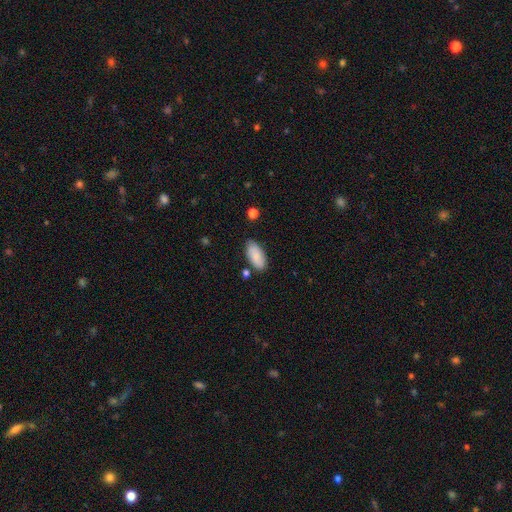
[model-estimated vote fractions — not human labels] Smooth or featured? smooth (88%)
How rounded? in between (91%)
Merging? none (80%)